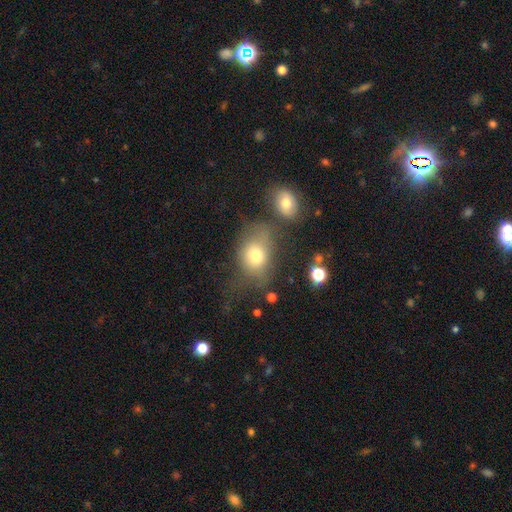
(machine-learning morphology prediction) Smooth or featured? Predicted: smooth (p=0.73). How rounded? Predicted: in between (p=0.56). Merging? Predicted: none (p=0.42).